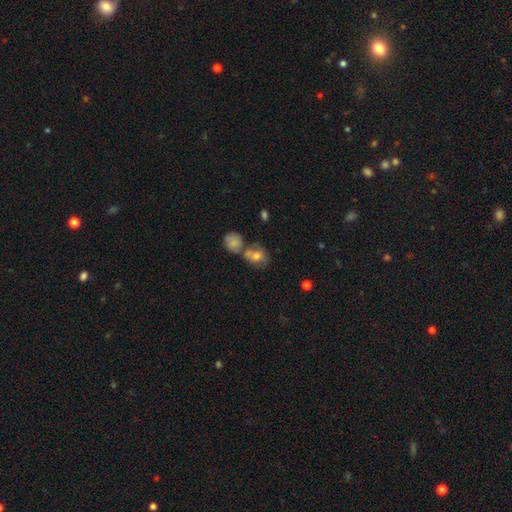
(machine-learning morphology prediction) This is possibly a smooth galaxy (60%). How rounded: possibly round (56%). Merging: possibly merger (46%).